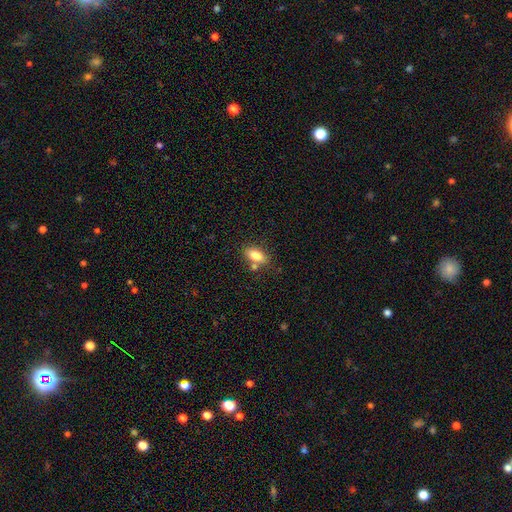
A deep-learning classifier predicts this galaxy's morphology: Overall: smooth (81%). How rounded: in between (87%). Merging: none (68%).